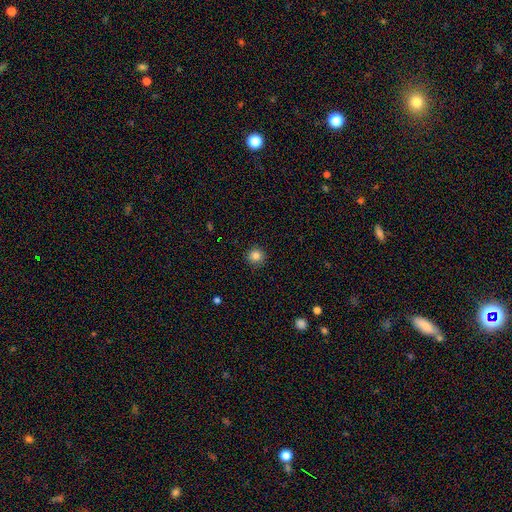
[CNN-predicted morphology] smooth 85%, star or artifact 11%, featured or disk 4%. Down the decision tree: how rounded — round (93%); merging — none (90%).